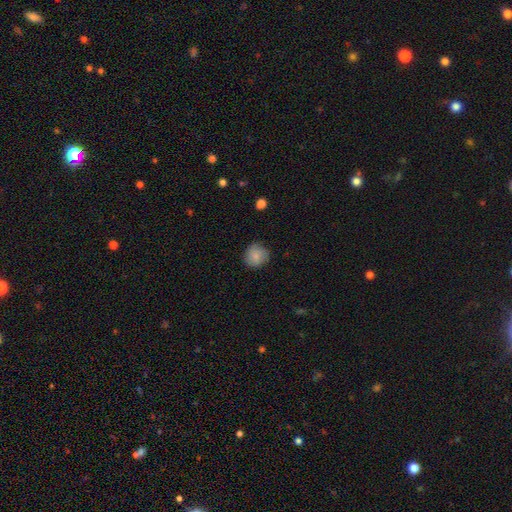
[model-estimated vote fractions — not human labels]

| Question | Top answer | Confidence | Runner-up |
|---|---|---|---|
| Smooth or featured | smooth | 83% | featured or disk (9%) |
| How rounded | round | 88% | in between (11%) |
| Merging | none | 79% | minor disturbance (16%) |